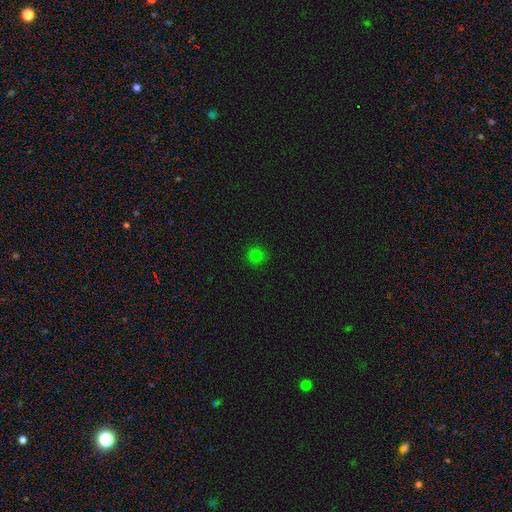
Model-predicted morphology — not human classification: Smooth or featured? Predicted: smooth (p=0.78). How rounded? Predicted: round (p=0.92). Merging? Predicted: none (p=0.91).